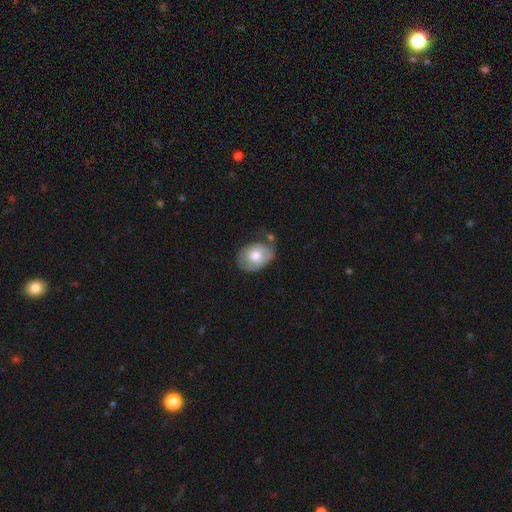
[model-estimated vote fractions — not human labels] Morphology: type=smooth (62%); roundness=in between (72%); merging=none (49%).